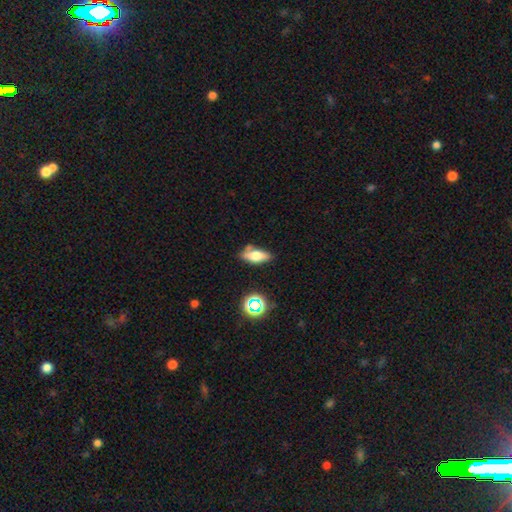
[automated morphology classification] Overall: smooth (59%; featured or disk 30%). How rounded: in between (74%). Merging: none (64%).